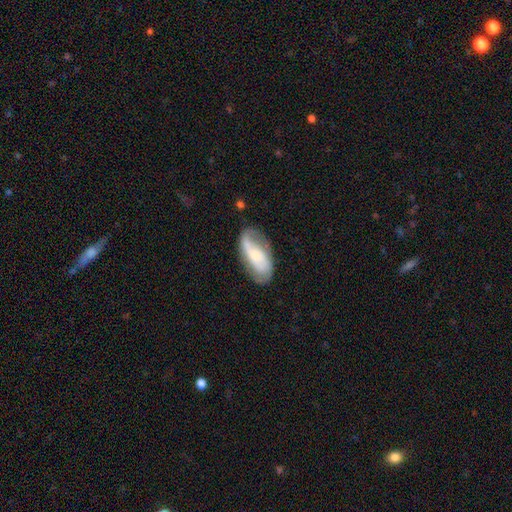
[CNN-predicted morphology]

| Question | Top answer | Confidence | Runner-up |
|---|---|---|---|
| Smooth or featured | featured or disk | 65% | smooth (29%) |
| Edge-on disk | no | 93% | yes (7%) |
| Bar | no | 47% | weak (32%) |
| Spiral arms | yes | 86% | no (14%) |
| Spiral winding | medium | 39% | loose (37%) |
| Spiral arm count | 2 | 77% | can't tell (10%) |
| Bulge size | small | 45% | moderate (36%) |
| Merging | none | 69% | minor disturbance (20%) |